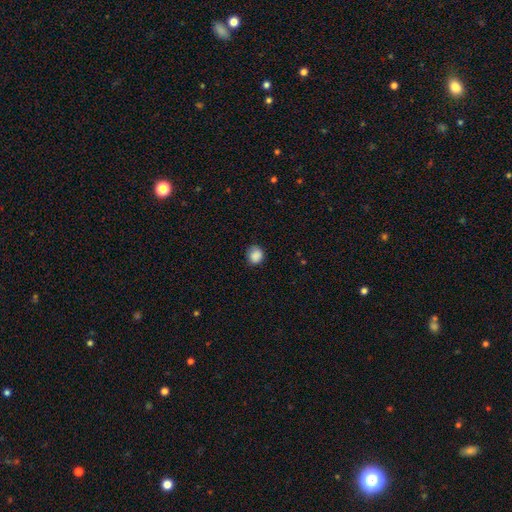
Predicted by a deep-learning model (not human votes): Smooth or featured? Predicted: smooth (p=0.87). How rounded? Predicted: round (p=0.77). Merging? Predicted: none (p=0.74).